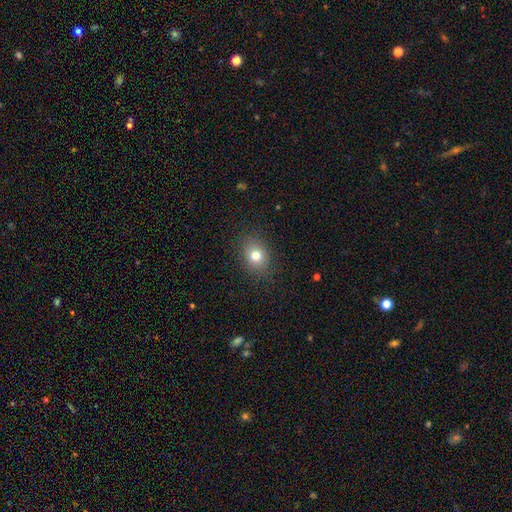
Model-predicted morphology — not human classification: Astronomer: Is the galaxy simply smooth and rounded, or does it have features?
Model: smooth — 77%.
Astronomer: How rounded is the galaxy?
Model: in between — 50% (runner-up: round, 49%).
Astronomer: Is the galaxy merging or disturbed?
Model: none — 87%.